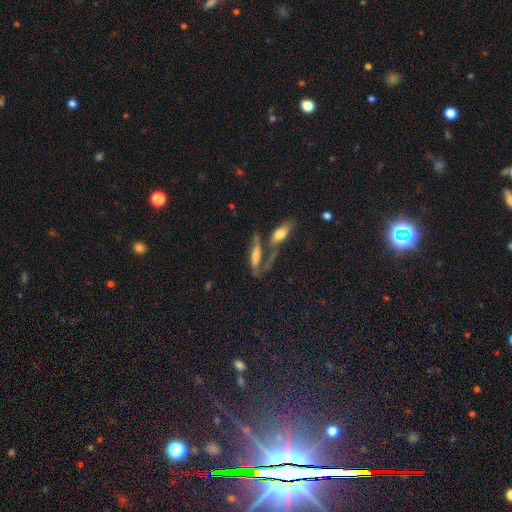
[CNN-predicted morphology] Smooth or featured: smooth — 52% (featured or disk — 37%)
How rounded: cigar-shaped — 49% (in between — 48%)
Merging: merger — 45% (none — 28%)